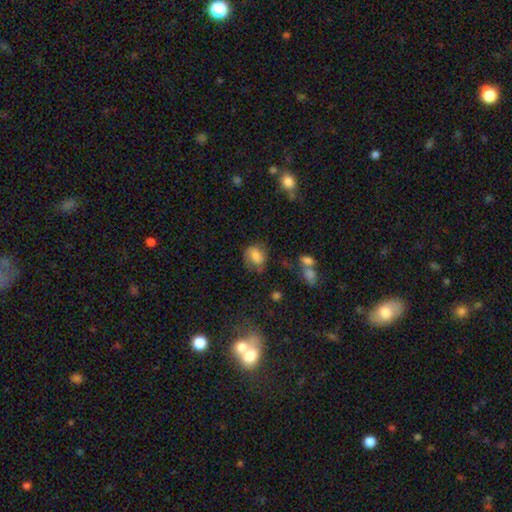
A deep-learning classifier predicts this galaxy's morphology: A smooth galaxy with no disk features (71%) that is in between round and cigar-shaped (57%). Merging: none (52%).